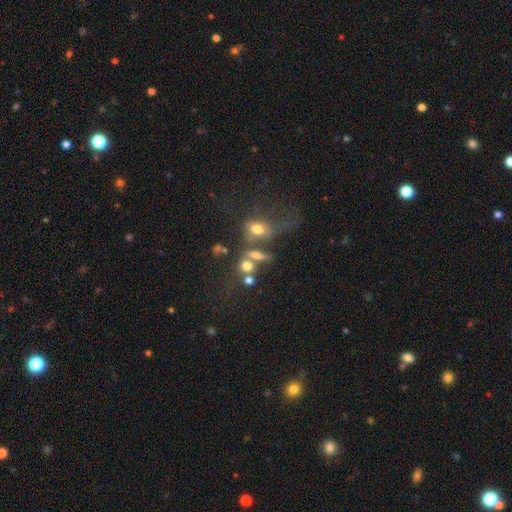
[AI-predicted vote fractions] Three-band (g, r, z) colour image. It shows a smooth galaxy with no disk features (57%) that is in between round and cigar-shaped (54%). Merging: merger (42%).